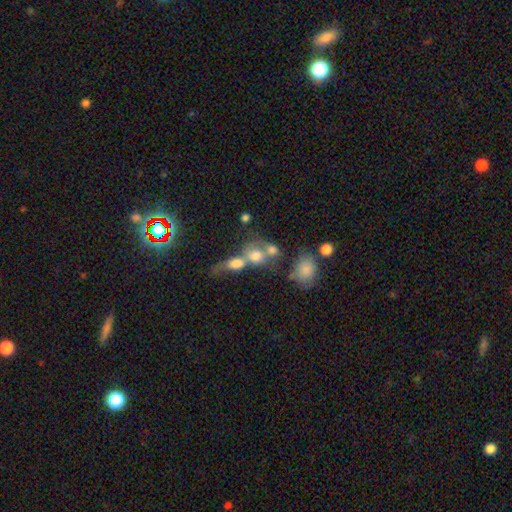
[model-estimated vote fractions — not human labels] Smooth or featured? smooth (67%)
How rounded? round (51%)
Merging? merger (60%)